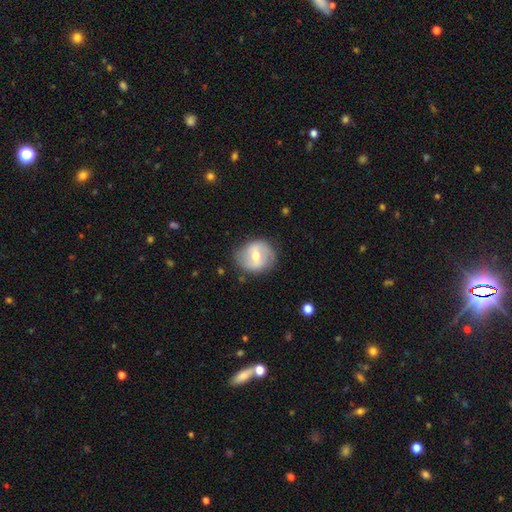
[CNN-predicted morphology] Smooth or featured?
  - featured or disk: 53% *
  - smooth: 40%
  - star or artifact: 7%
Edge-on disk?
  - no: 96% *
  - yes: 4%
Bar?
  - weak: 48% *
  - strong: 33%
  - no: 19%
Spiral arms?
  - yes: 59% *
  - no: 41%
Bulge size?
  - moderate: 68% *
  - small: 25%
  - large: 5%
  - none: 1%
  - dominant: 1%
Merging?
  - none: 80% *
  - minor disturbance: 14%
  - major disturbance: 5%
  - merger: 1%